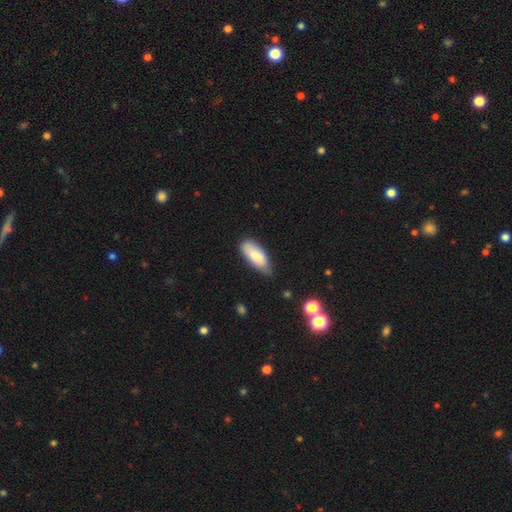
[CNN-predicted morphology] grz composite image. It shows a smooth galaxy with no disk features (79%) that is in between round and cigar-shaped (79%). Merging: none (62%).